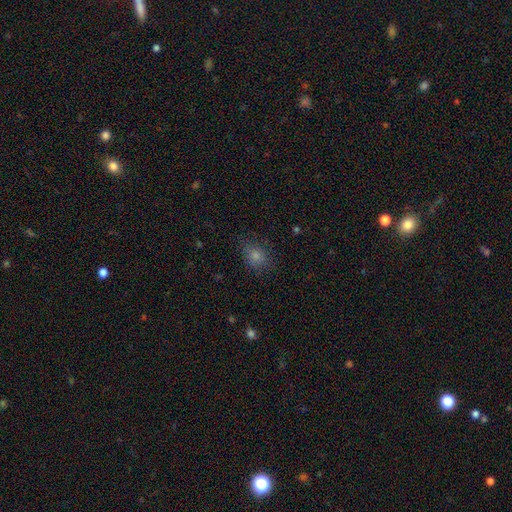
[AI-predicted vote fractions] smooth 67%, star or artifact 22%, featured or disk 11%. Down the decision tree: how rounded — round (55%); merging — none (76%).